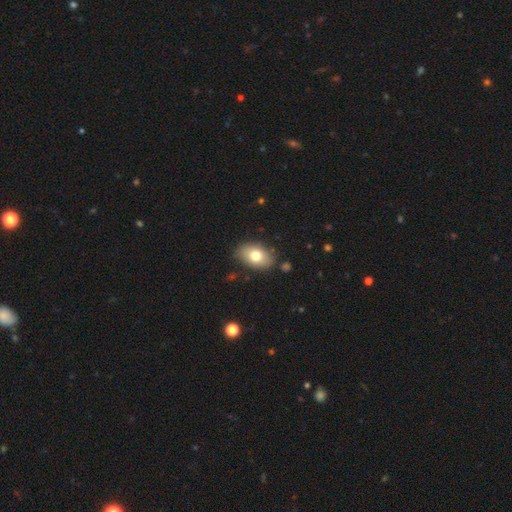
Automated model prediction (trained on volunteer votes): Smooth or featured: smooth — 75% (featured or disk — 17%)
How rounded: in between — 87% (round — 11%)
Merging: none — 83% (minor disturbance — 12%)